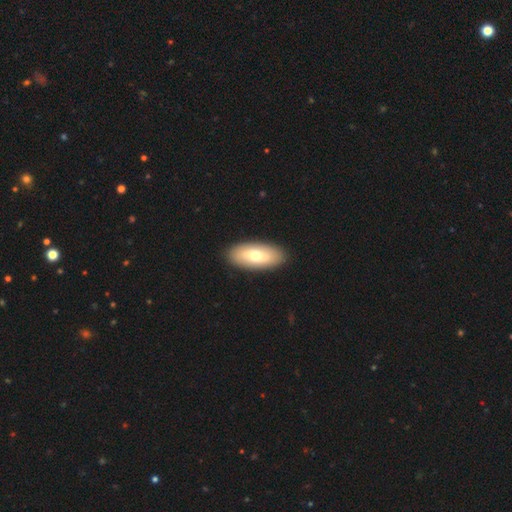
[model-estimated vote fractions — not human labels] Smooth or featured? smooth (69%)
How rounded? in between (88%)
Merging? none (90%)